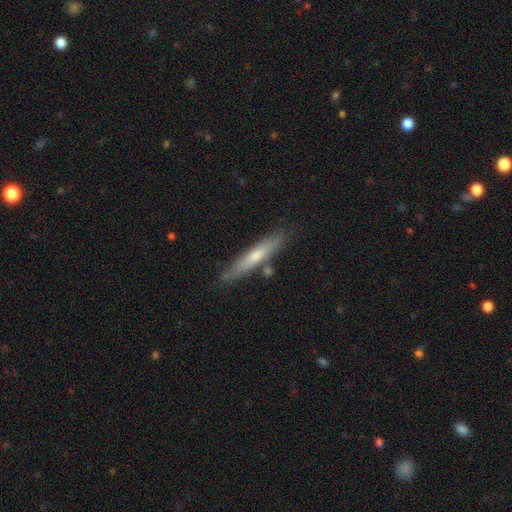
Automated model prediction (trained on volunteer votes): Smooth or featured: smooth — 53% (featured or disk — 41%)
How rounded: cigar-shaped — 92% (in between — 7%)
Merging: none — 80% (minor disturbance — 13%)